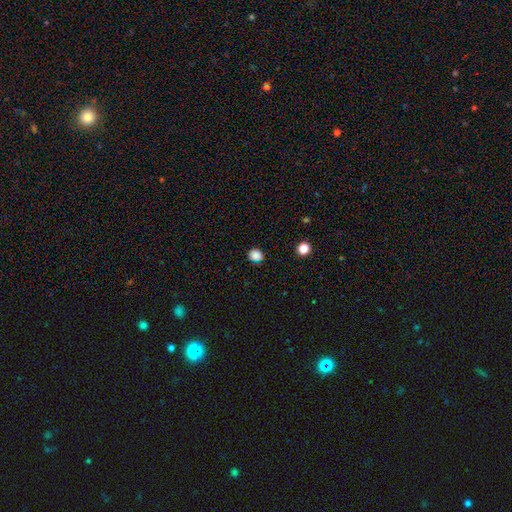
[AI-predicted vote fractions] Smooth or featured? smooth (85%)
How rounded? round (72%)
Merging? none (87%)